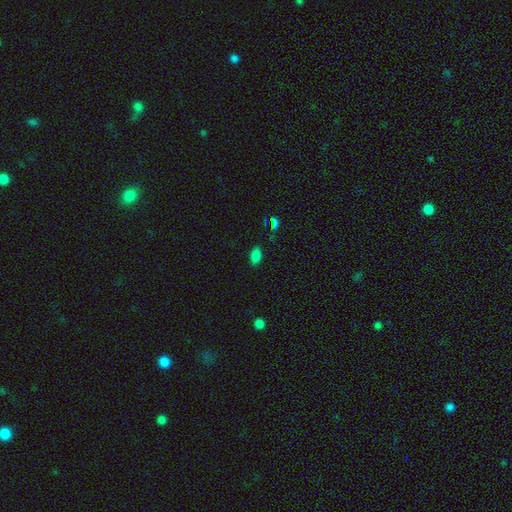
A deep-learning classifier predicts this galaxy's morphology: A smooth galaxy with no disk features (80%) that is in between round and cigar-shaped (90%).

Vote fractions:
- Smooth or featured? smooth: 80% / star or artifact: 15% / featured or disk: 5%
- How rounded? in between: 90% / round: 7% / cigar-shaped: 3%
- Merging? none: 83% / minor disturbance: 13% / major disturbance: 3% / merger: 2%